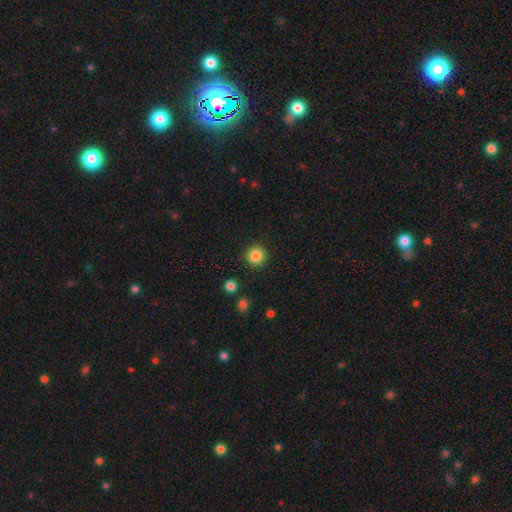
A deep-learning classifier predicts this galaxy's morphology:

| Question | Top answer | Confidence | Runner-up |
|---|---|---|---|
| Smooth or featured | smooth | 85% | star or artifact (11%) |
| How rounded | round | 95% | in between (4%) |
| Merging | none | 90% | minor disturbance (6%) |